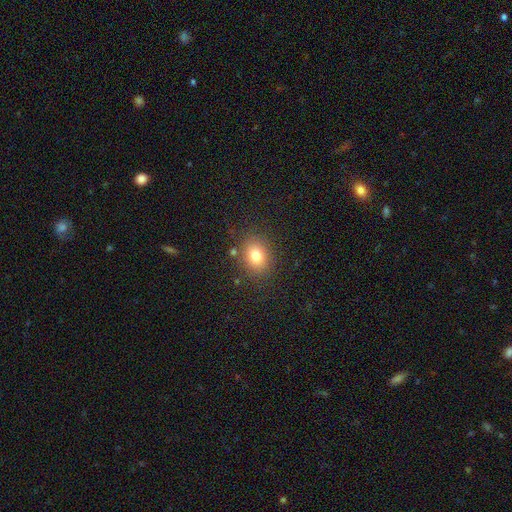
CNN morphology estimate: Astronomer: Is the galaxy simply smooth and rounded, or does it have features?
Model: smooth — 80%.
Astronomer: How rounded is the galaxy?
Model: in between — 59% (runner-up: round, 40%).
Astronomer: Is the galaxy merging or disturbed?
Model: none — 83%.